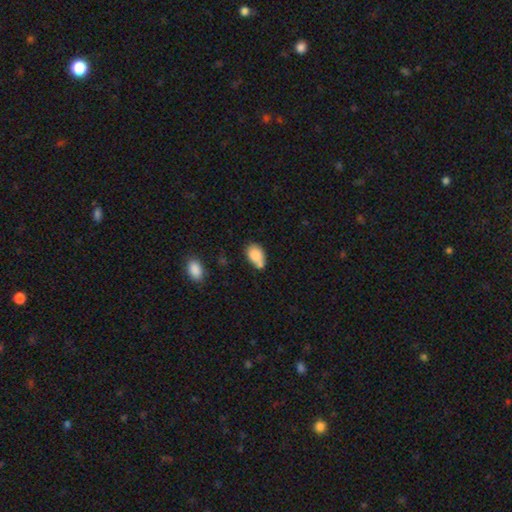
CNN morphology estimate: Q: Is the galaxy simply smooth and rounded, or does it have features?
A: smooth — 81%.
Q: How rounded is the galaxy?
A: in between — 82%.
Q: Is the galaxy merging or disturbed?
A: none — 41%.